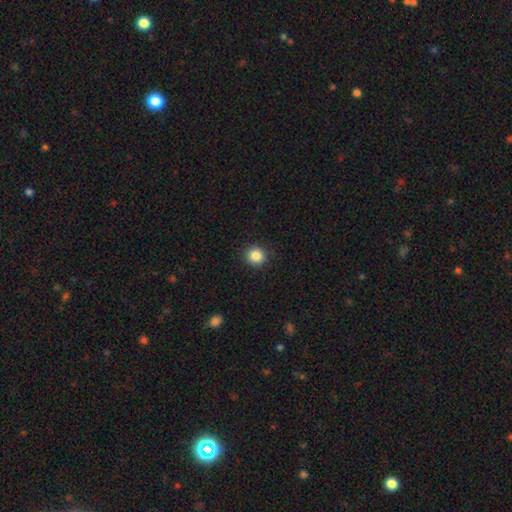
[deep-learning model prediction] A smooth galaxy with no disk features (85%) that is round (94%).

Vote fractions:
- Smooth or featured? smooth: 85% / star or artifact: 10% / featured or disk: 4%
- How rounded? round: 94% / in between: 5% / cigar-shaped: 1%
- Merging? none: 91% / minor disturbance: 6% / major disturbance: 2% / merger: 1%